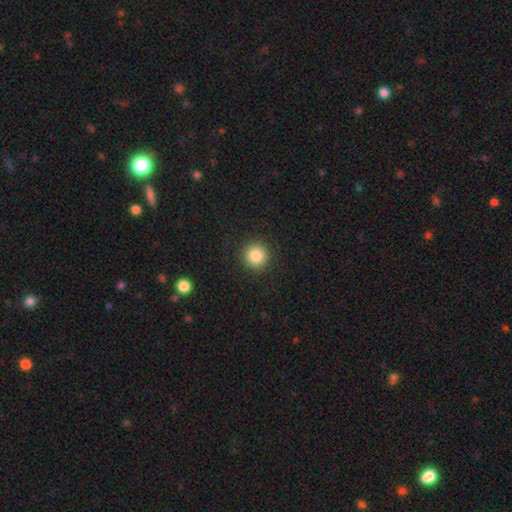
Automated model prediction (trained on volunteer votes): This appears to be a smooth galaxy with no disk features (84%) that is round (95%). Merging: none (92%).